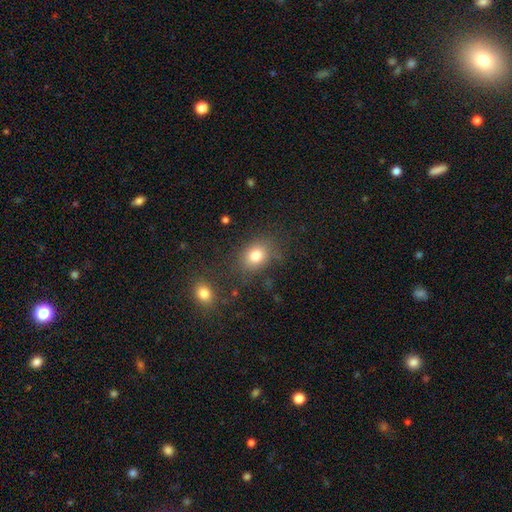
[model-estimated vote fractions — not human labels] Smooth or featured? Predicted: smooth (p=0.79). How rounded? Predicted: in between (p=0.53). Merging? Predicted: none (p=0.77).